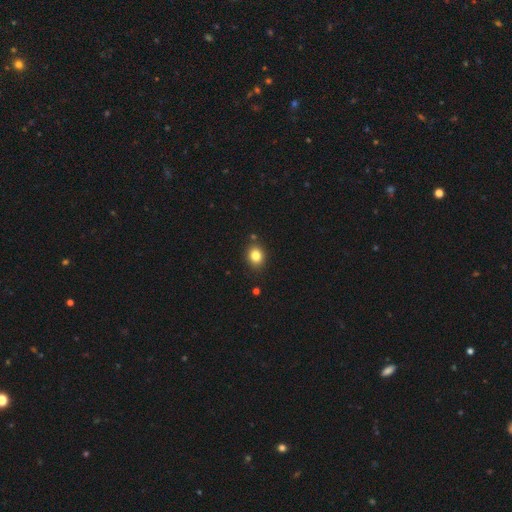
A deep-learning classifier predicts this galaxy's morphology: Smooth or featured? Predicted: smooth (p=0.82). How rounded? Predicted: round (p=0.58). Merging? Predicted: none (p=0.85).